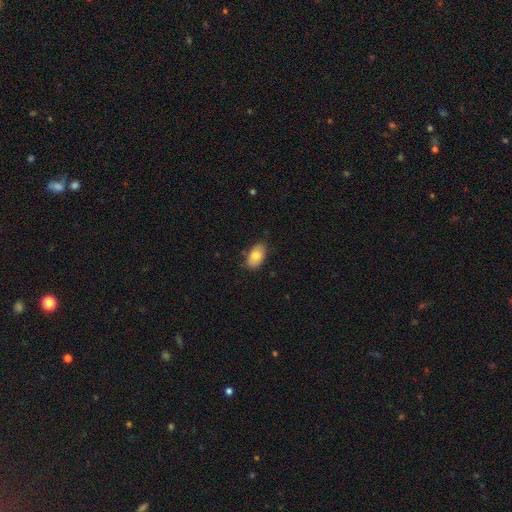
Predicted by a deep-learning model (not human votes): Q: Smooth or featured?
A: smooth (79%); runner-up: featured or disk (14%)
Q: How rounded?
A: in between (92%); runner-up: round (7%)
Q: Merging?
A: none (82%); runner-up: minor disturbance (14%)